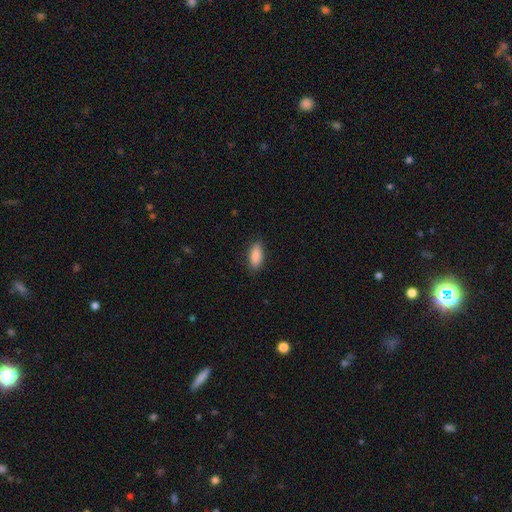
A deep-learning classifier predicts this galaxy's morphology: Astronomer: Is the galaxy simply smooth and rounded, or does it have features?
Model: smooth — 89%.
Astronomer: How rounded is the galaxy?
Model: in between — 84%.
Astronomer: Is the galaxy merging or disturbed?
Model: none — 87%.